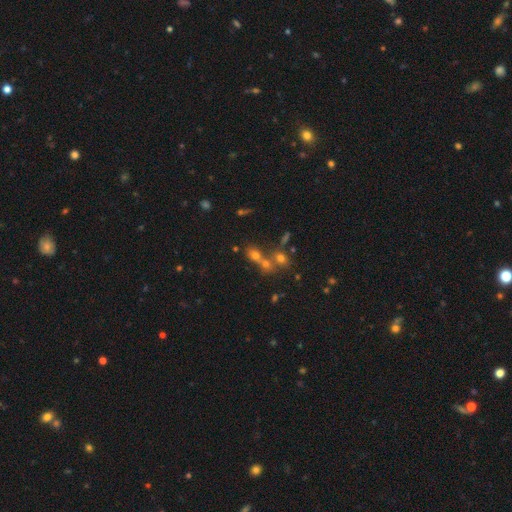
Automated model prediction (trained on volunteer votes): Morphology: type=smooth (57%); roundness=round (57%); merging=merger (53%).